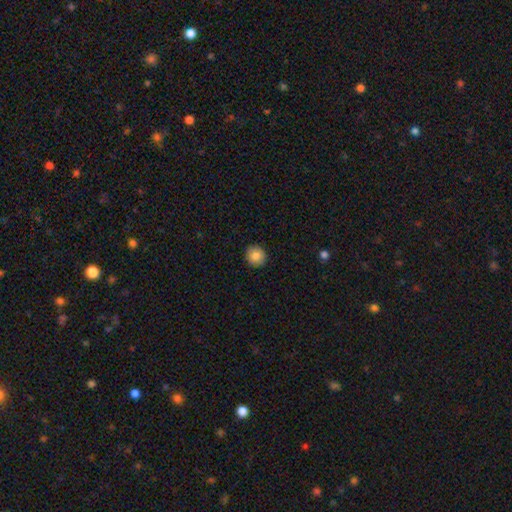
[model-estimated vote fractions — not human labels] Q: Smooth or featured?
A: smooth (84%); runner-up: star or artifact (9%)
Q: How rounded?
A: round (91%); runner-up: in between (9%)
Q: Merging?
A: none (92%); runner-up: minor disturbance (5%)